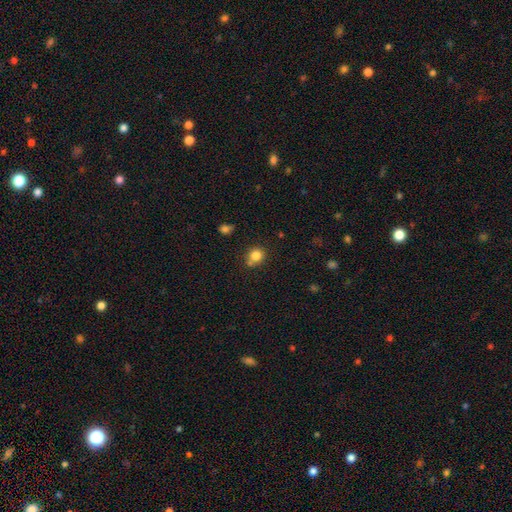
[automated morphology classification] A smooth galaxy with no disk features (82%) that is round (81%). Merging: none (63%).